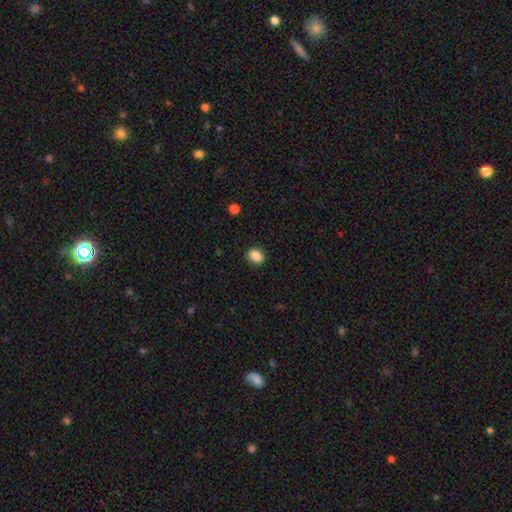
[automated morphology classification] Smooth or featured? Predicted: smooth (p=0.88). How rounded? Predicted: round (p=0.52). Merging? Predicted: none (p=0.89).